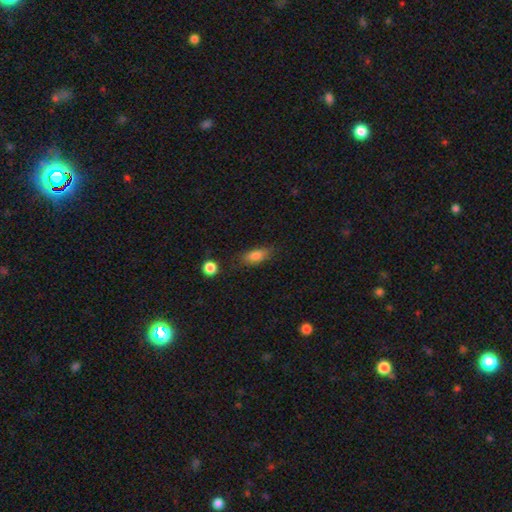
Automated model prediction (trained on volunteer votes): smooth_or_featured: smooth (p=0.80) [alt: featured or disk p=0.11]
how_rounded: in between (p=0.76) [alt: cigar-shaped p=0.19]
merging: none (p=0.76) [alt: minor disturbance p=0.17]